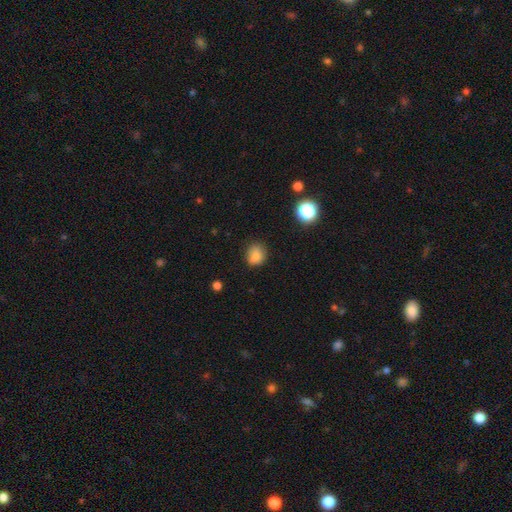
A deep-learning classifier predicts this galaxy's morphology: The model was most divided on "how rounded": round: 68%, in between: 31%, cigar-shaped: 1%. More confident: smooth or featured — smooth (83%); merging — none (78%).